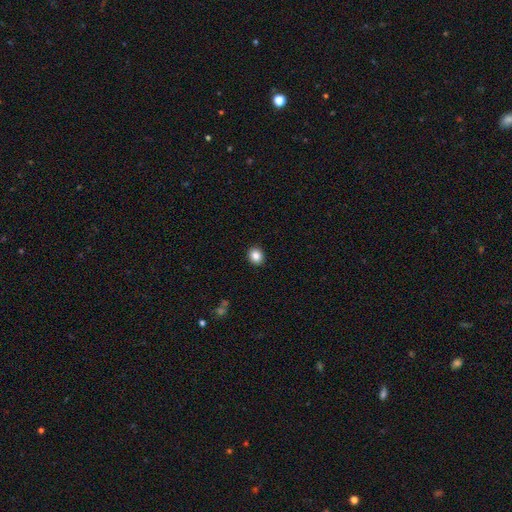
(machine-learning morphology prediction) smooth_or_featured: smooth (p=0.85) [alt: star or artifact p=0.10]
how_rounded: round (p=0.72) [alt: in between p=0.27]
merging: none (p=0.92) [alt: minor disturbance p=0.06]